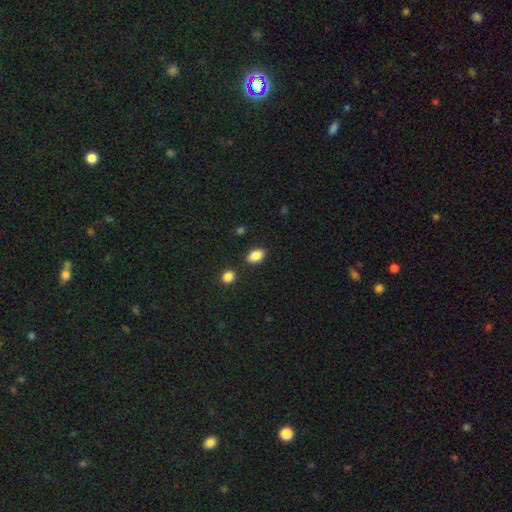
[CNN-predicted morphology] A smooth galaxy with no disk features (87%) that is in between round and cigar-shaped (87%).

Vote fractions:
- Smooth or featured? smooth: 87% / star or artifact: 8% / featured or disk: 5%
- How rounded? in between: 87% / round: 11% / cigar-shaped: 2%
- Merging? none: 83% / minor disturbance: 10% / merger: 5% / major disturbance: 3%